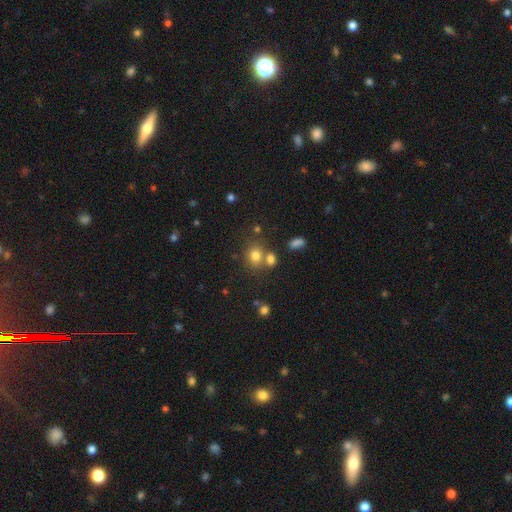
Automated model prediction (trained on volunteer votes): Smooth or featured? smooth (75%)
How rounded? round (65%)
Merging? none (58%)